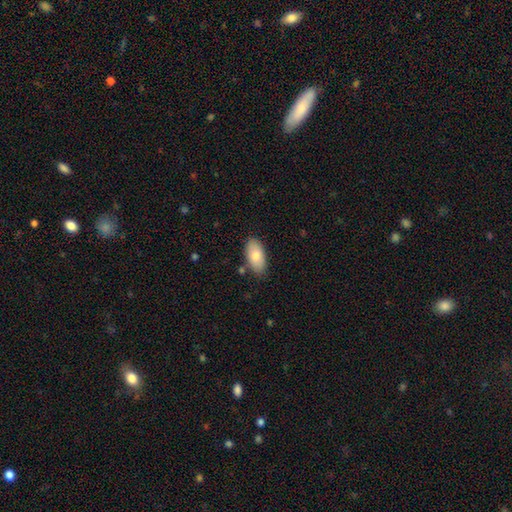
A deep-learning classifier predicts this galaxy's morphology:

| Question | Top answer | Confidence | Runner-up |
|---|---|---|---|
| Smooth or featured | smooth | 81% | featured or disk (12%) |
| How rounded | in between | 94% | cigar-shaped (3%) |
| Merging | none | 80% | minor disturbance (14%) |